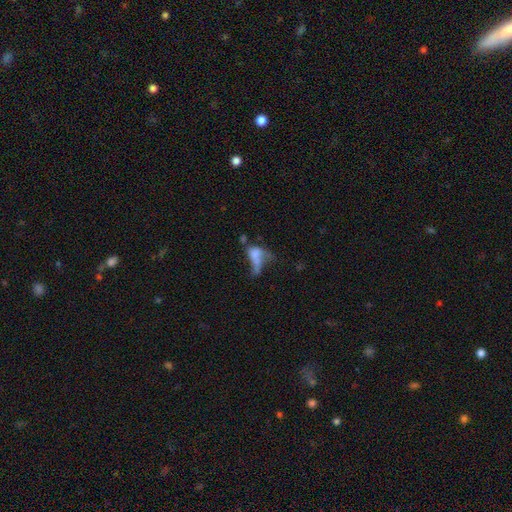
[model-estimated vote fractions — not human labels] Overall: smooth (54%; featured or disk 32%). How rounded: in between (80%). Merging: merger (39%; major disturbance 33%).